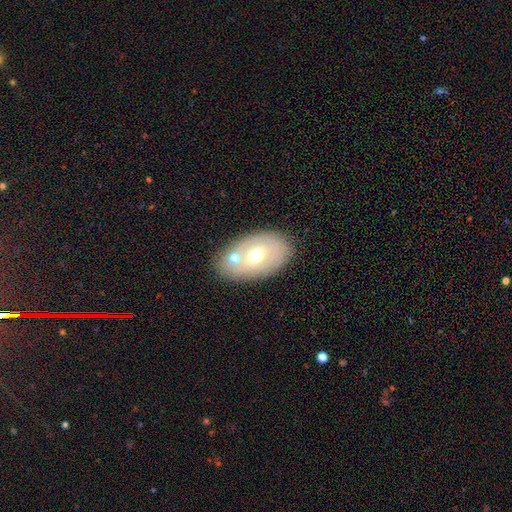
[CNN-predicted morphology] Smooth or featured?
  - featured or disk: 55% *
  - smooth: 37%
  - star or artifact: 8%
Edge-on disk?
  - no: 89% *
  - yes: 11%
Merging?
  - none: 69% *
  - minor disturbance: 14%
  - merger: 13%
  - major disturbance: 4%